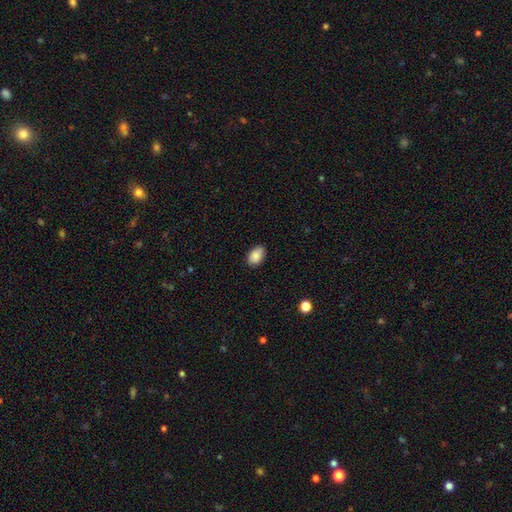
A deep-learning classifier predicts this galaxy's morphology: A smooth galaxy with no disk features (86%) that is in between round and cigar-shaped (86%). Merging: none (84%).